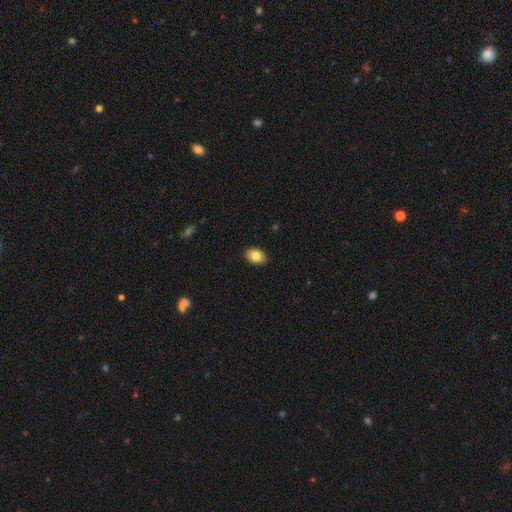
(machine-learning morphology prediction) Overall: smooth (85%). How rounded: in between (83%). Merging: none (88%).